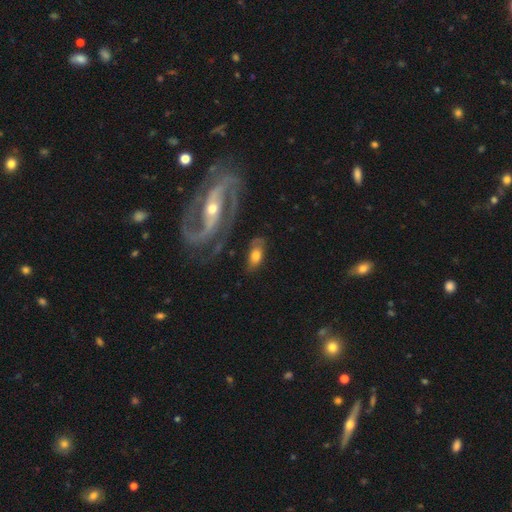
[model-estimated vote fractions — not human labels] Smooth or featured? smooth (55%)
How rounded? in between (87%)
Merging? none (68%)